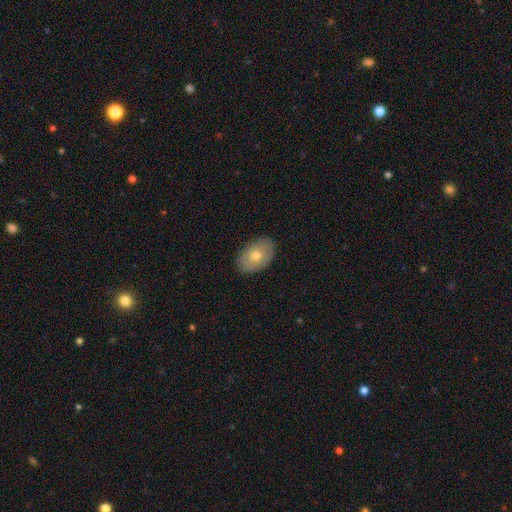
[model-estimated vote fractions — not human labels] smooth_or_featured: smooth (p=0.65) [alt: featured or disk p=0.27]
how_rounded: in between (p=0.86) [alt: round p=0.13]
merging: none (p=0.85) [alt: minor disturbance p=0.11]